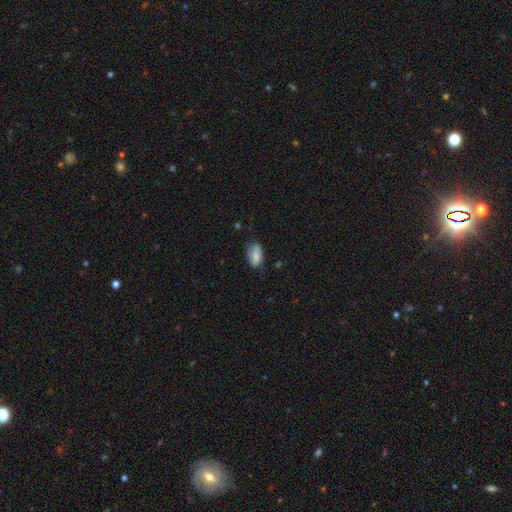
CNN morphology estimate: smooth_or_featured: smooth (p=0.74) [alt: featured or disk p=0.19]
how_rounded: in between (p=0.91) [alt: round p=0.05]
merging: none (p=0.58) [alt: minor disturbance p=0.31]